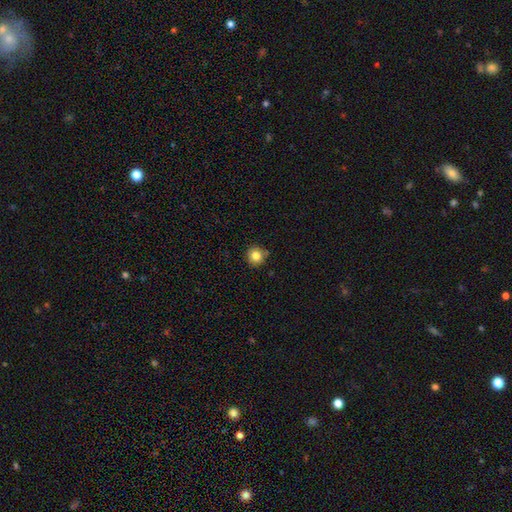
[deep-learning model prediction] The model was most divided on "smooth or featured": smooth: 82%, star or artifact: 11%, featured or disk: 7%. More confident: how rounded — round (93%); merging — none (86%).